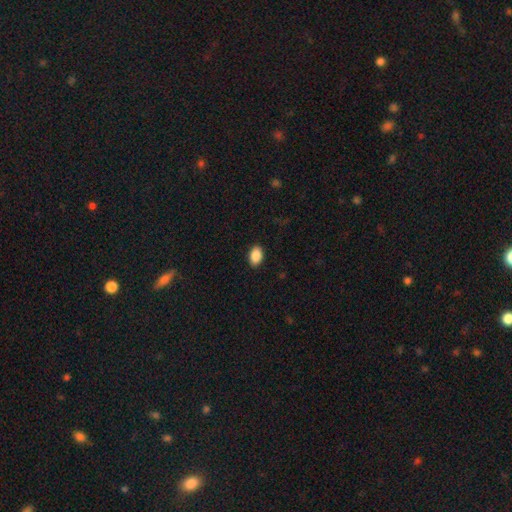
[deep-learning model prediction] The model was most divided on "how rounded": in between: 88%, round: 11%, cigar-shaped: 1%. More confident: merging — none (89%); smooth or featured — smooth (89%).